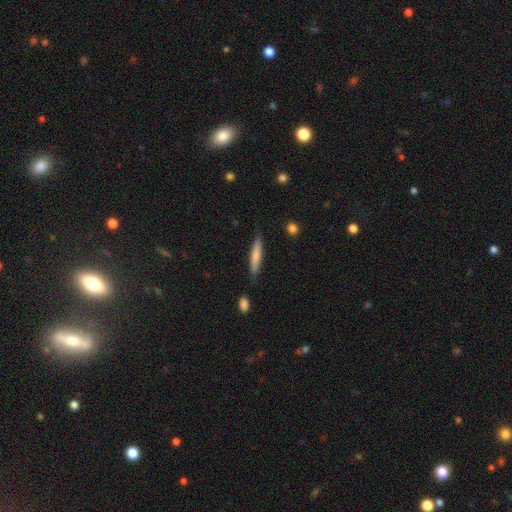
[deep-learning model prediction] smooth-or-featured: smooth: 72% | featured or disk: 22% | star or artifact: 6%
  how-rounded: cigar-shaped: 90% | in between: 9% | round: 1%
  merging: none: 85% | minor disturbance: 11% | merger: 2% | major disturbance: 2%